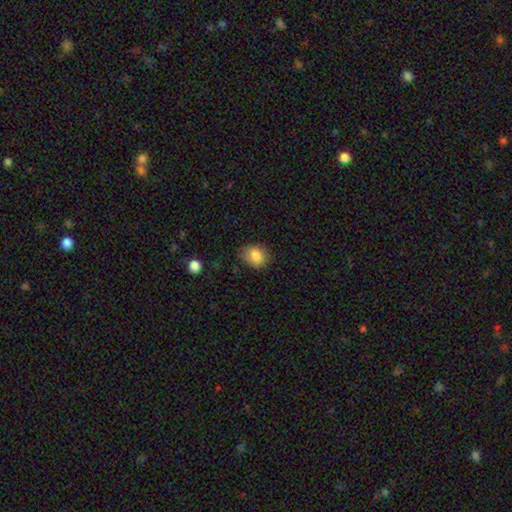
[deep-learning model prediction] smooth 84%, star or artifact 9%, featured or disk 8%. Down the decision tree: how rounded — round (53%); merging — none (77%).